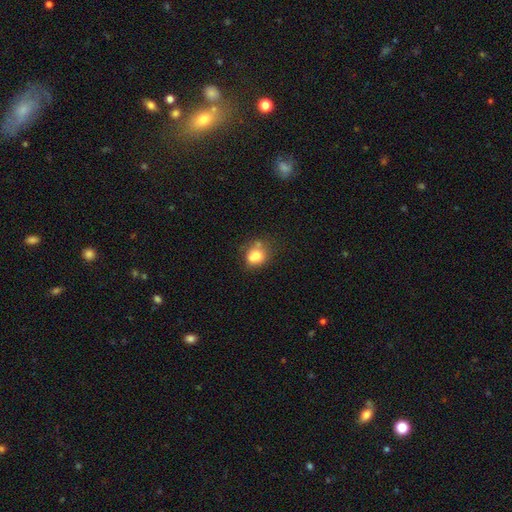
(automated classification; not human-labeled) Smooth or featured?
  - smooth: 74% *
  - featured or disk: 15%
  - star or artifact: 11%
How rounded?
  - round: 58% *
  - in between: 41%
  - cigar-shaped: 1%
Merging?
  - none: 48% *
  - merger: 25%
  - minor disturbance: 20%
  - major disturbance: 7%